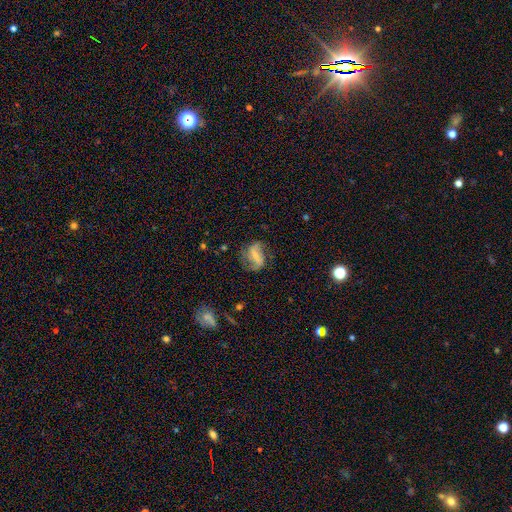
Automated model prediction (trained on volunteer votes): This is likely a featured or disk galaxy (67%). It is clearly not viewed edge-on (96%). Bar: possibly strong (48%). Spiral arm pattern: clearly yes (84%). Spiral arm count: clearly 2 (80%). Spiral winding: possibly loose (50%). Central bulge: possibly small (49%). Merging: possibly none (59%).